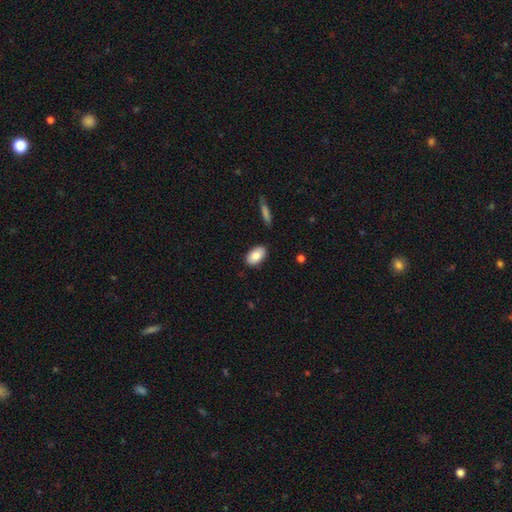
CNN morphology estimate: smooth_or_featured: smooth (p=0.83) [alt: featured or disk p=0.10]
how_rounded: in between (p=0.93) [alt: round p=0.05]
merging: none (p=0.86) [alt: minor disturbance p=0.10]